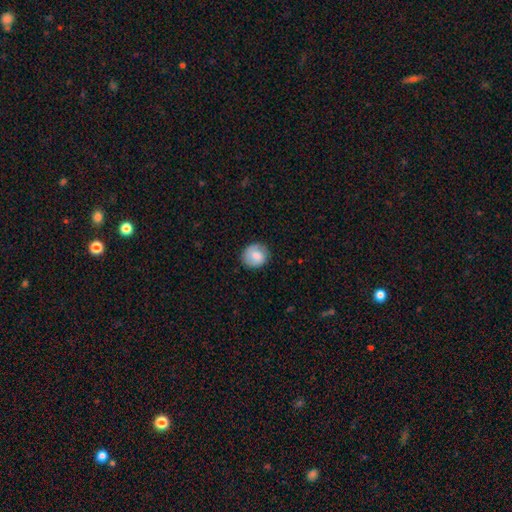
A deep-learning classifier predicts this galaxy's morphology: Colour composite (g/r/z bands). It shows a smooth galaxy with no disk features (76%) that is round (84%). Merging: none (82%).